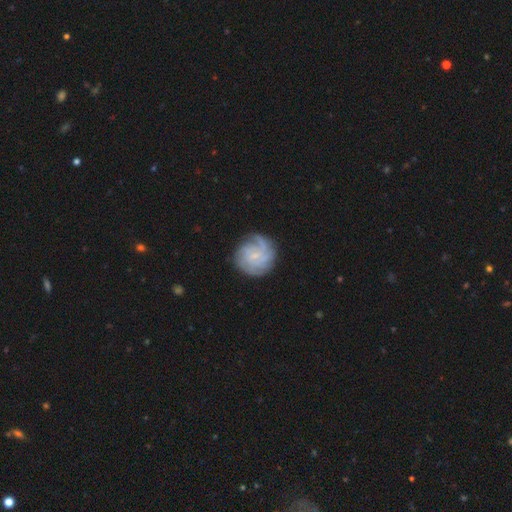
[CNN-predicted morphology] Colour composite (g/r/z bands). It shows a featured or disk galaxy (75%) with no bar (60%), tight (61%) spiral arms (95%) and a small central bulge (68%). Merging: none (76%).